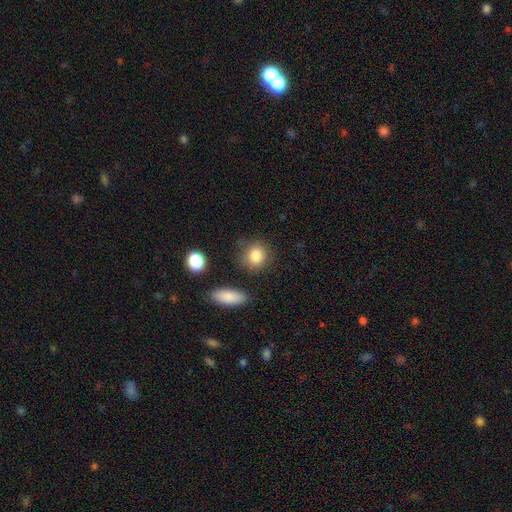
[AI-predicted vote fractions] The model was most divided on "how rounded": round: 73%, in between: 25%, cigar-shaped: 2%. More confident: smooth or featured — smooth (85%); merging — none (77%).